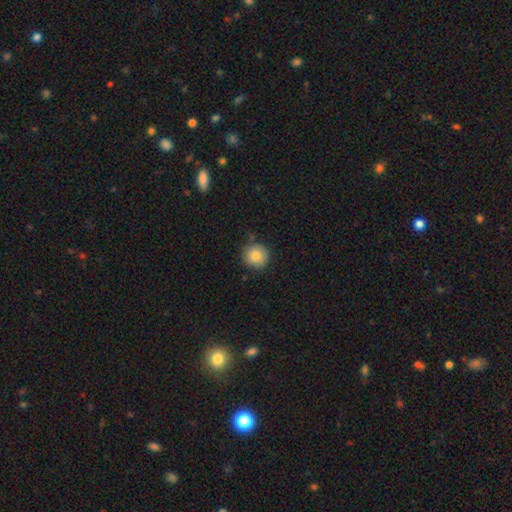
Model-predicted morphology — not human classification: smooth_or_featured: smooth (p=0.83) [alt: star or artifact p=0.09]
how_rounded: round (p=0.94) [alt: in between p=0.05]
merging: none (p=0.84) [alt: minor disturbance p=0.12]